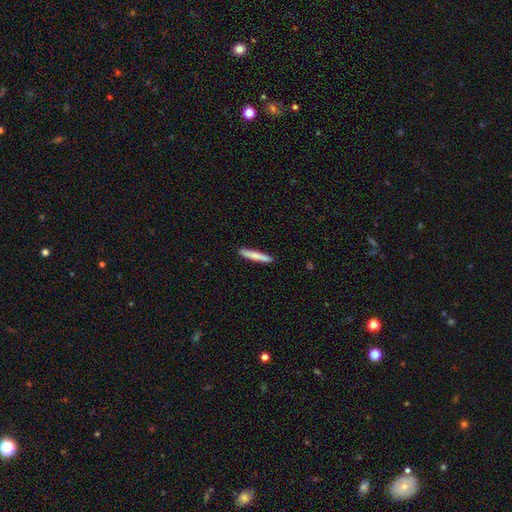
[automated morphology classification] type=smooth (77%); roundness=cigar-shaped (94%); merging=none (91%).